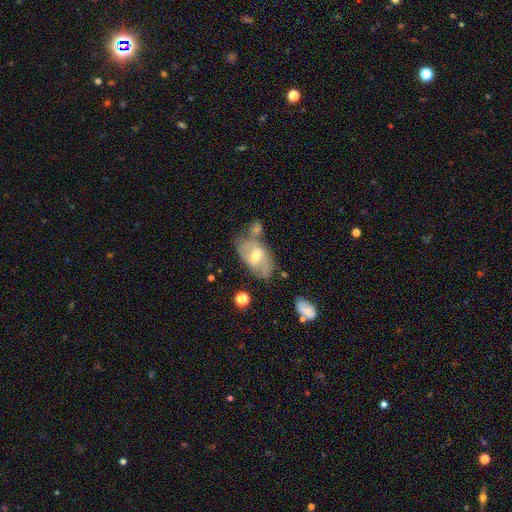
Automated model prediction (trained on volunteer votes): Smooth or featured: featured or disk — 63% (smooth — 29%)
Edge-on disk: no — 93% (yes — 7%)
Bar: weak — 50% (no — 32%)
Spiral arms: yes — 76% (no — 24%)
Bulge size: moderate — 61% (small — 34%)
Merging: none — 51% (minor disturbance — 22%)